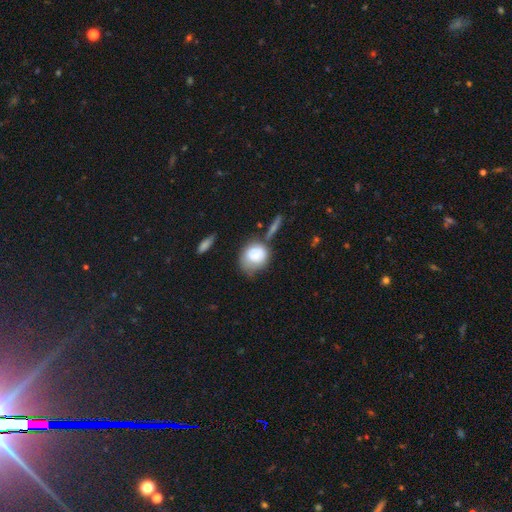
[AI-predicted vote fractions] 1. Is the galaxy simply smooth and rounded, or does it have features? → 70% smooth, 22% featured or disk, 8% star or artifact.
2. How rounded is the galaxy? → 69% round, 29% in between, 2% cigar-shaped.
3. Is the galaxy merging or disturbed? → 43% none, 27% minor disturbance, 15% merger, 15% major disturbance.